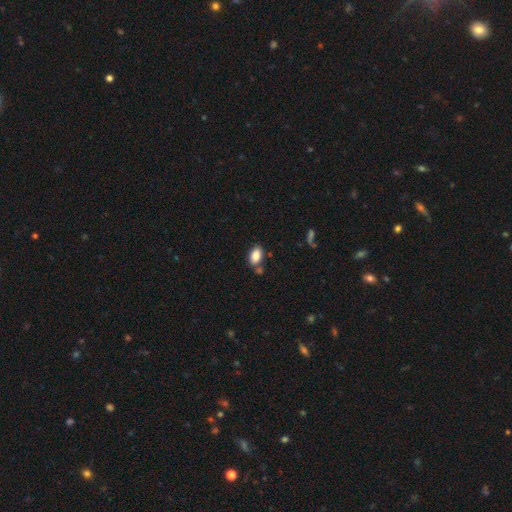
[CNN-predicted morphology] Smooth or featured: smooth — 84% (star or artifact — 8%)
How rounded: in between — 91% (round — 7%)
Merging: none — 70% (minor disturbance — 15%)